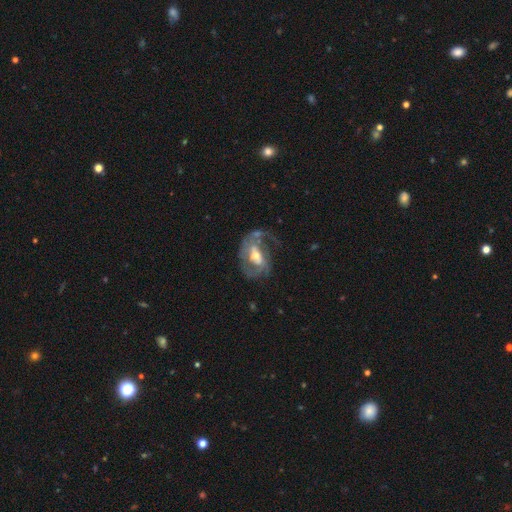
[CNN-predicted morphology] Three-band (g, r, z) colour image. It shows a featured or disk galaxy (81%) with a weak bar (45%), 2 (47%) medium (44%) spiral arms (85%) and a moderate central bulge (64%). Merging: none (39%).